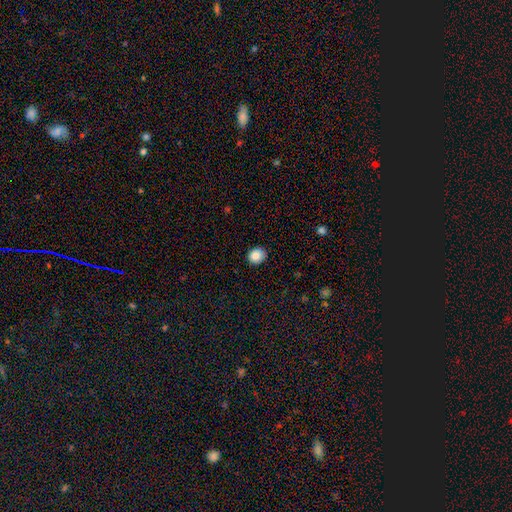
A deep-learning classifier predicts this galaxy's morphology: Smooth or featured? Predicted: smooth (p=0.86). How rounded? Predicted: round (p=0.70). Merging? Predicted: none (p=0.87).